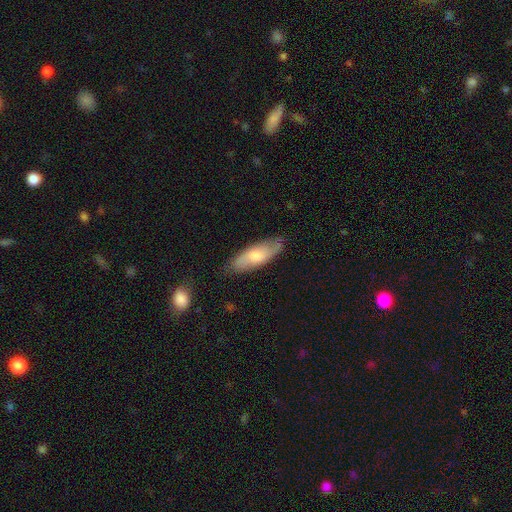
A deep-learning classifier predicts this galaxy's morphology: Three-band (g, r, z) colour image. It shows a smooth galaxy with no disk features (63%) that is in between round and cigar-shaped (62%). Merging: none (80%).